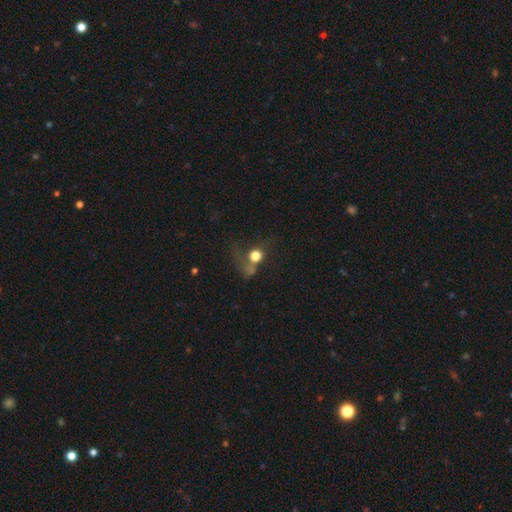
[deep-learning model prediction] Smooth or featured? smooth (63%)
How rounded? round (79%)
Merging? major disturbance (35%)